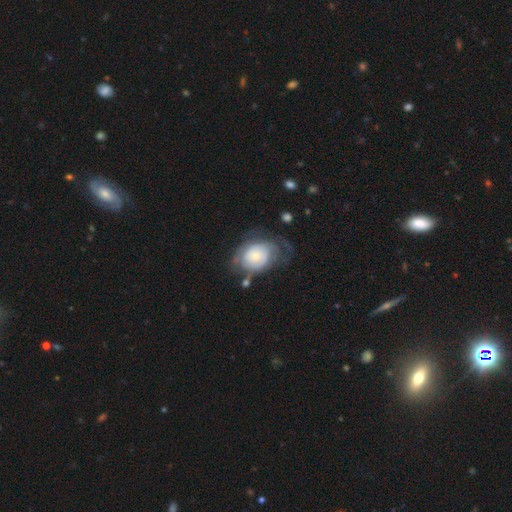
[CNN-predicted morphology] featured or disk 52%, smooth 41%, star or artifact 7%. Down the decision tree: edge-on disk — no (96%); bar — no (83%); spiral arms — yes (67%); bulge size — small (51%); merging — none (39%).